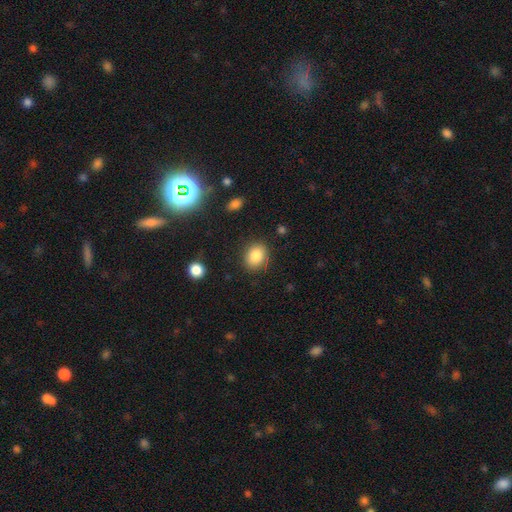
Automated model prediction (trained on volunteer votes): The model was most divided on "how rounded": round: 50%, in between: 49%, cigar-shaped: 1%. More confident: merging — none (85%); smooth or featured — smooth (85%).